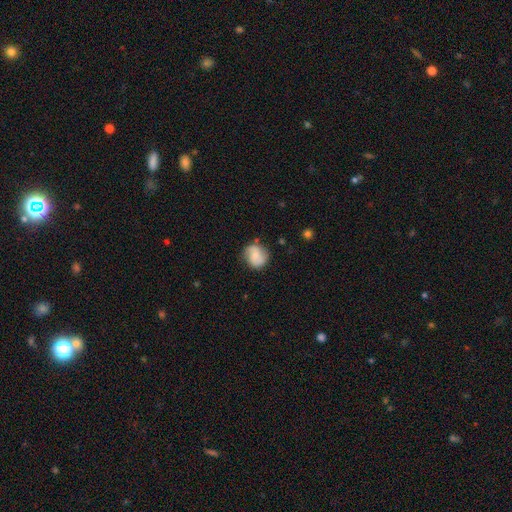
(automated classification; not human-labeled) Morphology: type=featured or disk (47%); merging=none (71%).